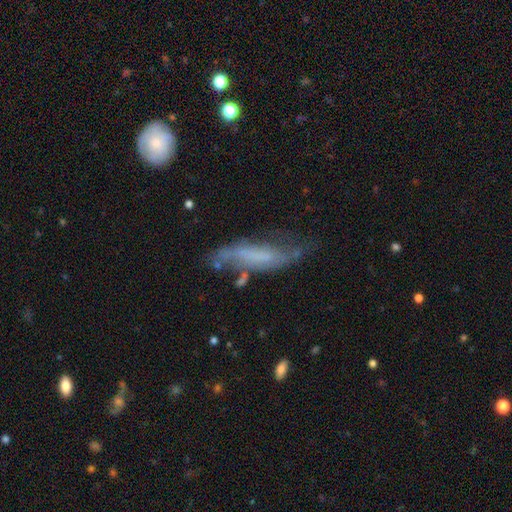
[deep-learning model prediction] A featured or disk galaxy (52%).

Vote fractions:
- Smooth or featured? featured or disk: 52% / smooth: 38% / star or artifact: 11%
- Edge-on disk? no: 63% / yes: 37%
- Merging? none: 41% / minor disturbance: 30% / major disturbance: 22% / merger: 7%